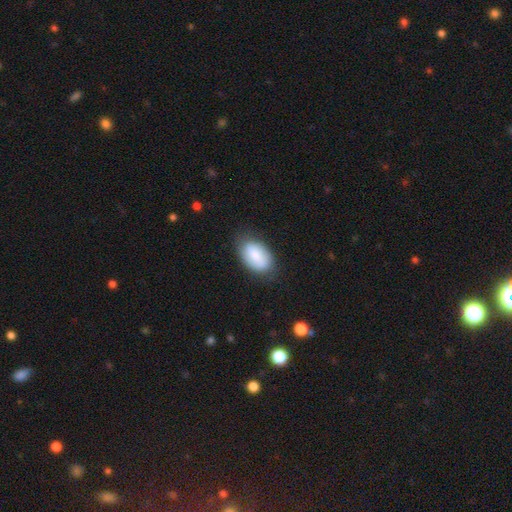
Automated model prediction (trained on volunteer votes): Smooth or featured? Predicted: smooth (p=0.68). How rounded? Predicted: in between (p=0.90). Merging? Predicted: none (p=0.77).